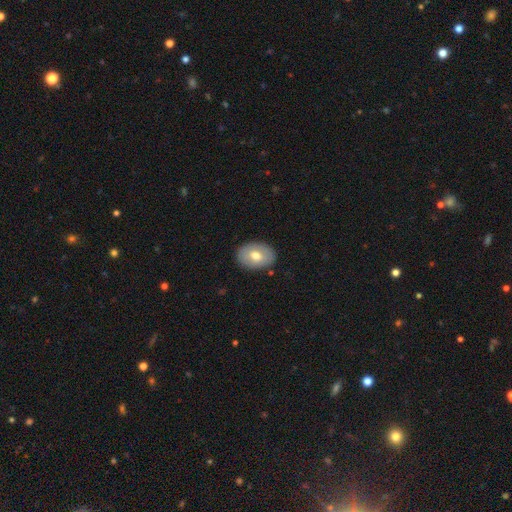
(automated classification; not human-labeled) smooth_or_featured: smooth (p=0.65) [alt: featured or disk p=0.29]
how_rounded: in between (p=0.80) [alt: round p=0.19]
merging: none (p=0.86) [alt: minor disturbance p=0.11]